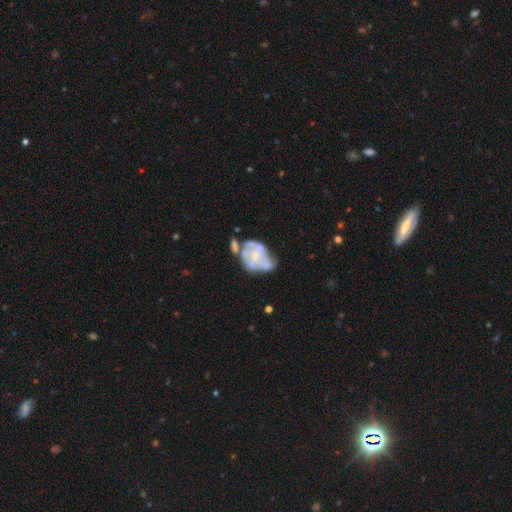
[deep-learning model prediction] smooth_or_featured: featured or disk (p=0.67) [alt: smooth p=0.25]
disk_edge_on: no (p=0.98) [alt: yes p=0.02]
bar: no (p=0.80) [alt: weak p=0.15]
has_spiral_arms: no (p=0.72) [alt: yes p=0.28]
bulge_size: small (p=0.47) [alt: moderate p=0.26]
merging: none (p=0.27) [alt: major disturbance p=0.25]